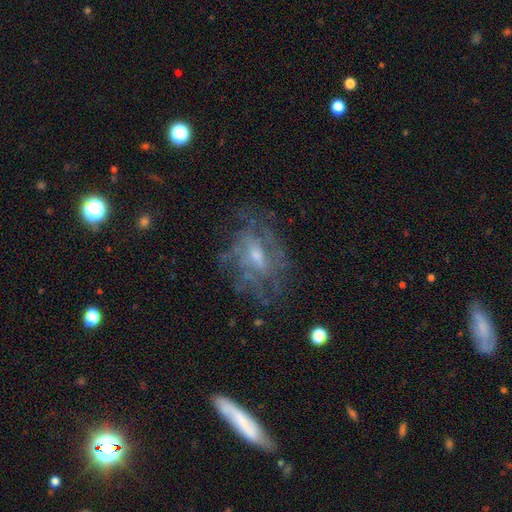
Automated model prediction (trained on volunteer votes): featured or disk 71%, smooth 18%, star or artifact 11%. Down the decision tree: edge-on disk — no (95%); bar — no (57%); spiral arms — yes (51%); bulge size — small (45%); merging — none (56%).